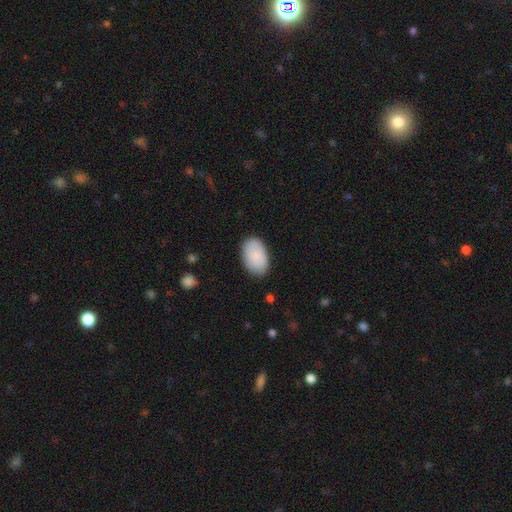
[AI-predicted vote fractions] smooth 88%, featured or disk 6%, star or artifact 6%. Down the decision tree: how rounded — in between (93%); merging — none (83%).